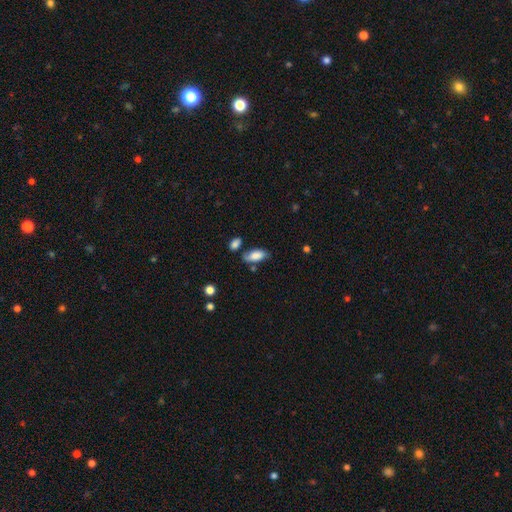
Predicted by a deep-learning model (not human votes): A smooth galaxy with no disk features (81%) that is in between round and cigar-shaped (88%).

Vote fractions:
- Smooth or featured? smooth: 81% / featured or disk: 12% / star or artifact: 7%
- How rounded? in between: 88% / cigar-shaped: 10% / round: 3%
- Merging? none: 64% / minor disturbance: 20% / merger: 11% / major disturbance: 5%